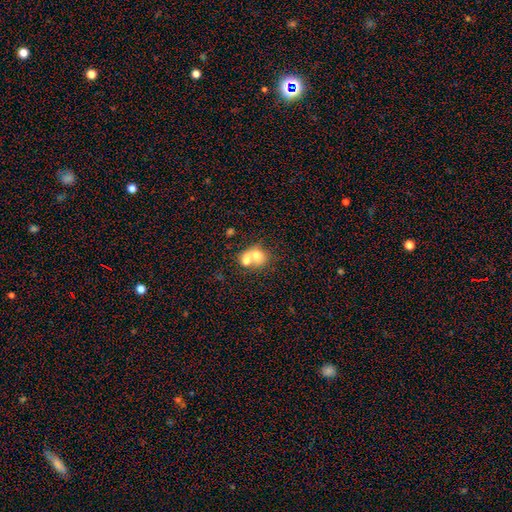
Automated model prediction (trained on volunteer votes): Smooth or featured?
  - smooth: 68% *
  - featured or disk: 22%
  - star or artifact: 9%
How rounded?
  - round: 63% *
  - in between: 36%
  - cigar-shaped: 1%
Merging?
  - merger: 71% *
  - none: 20%
  - minor disturbance: 5%
  - major disturbance: 3%